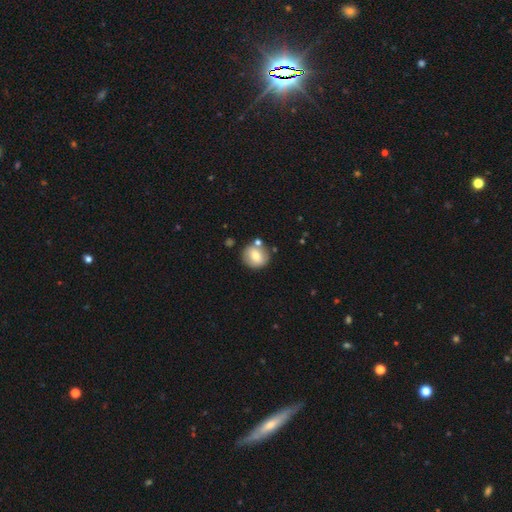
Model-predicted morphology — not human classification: Overall: smooth (70%). How rounded: round (86%). Merging: none (75%).